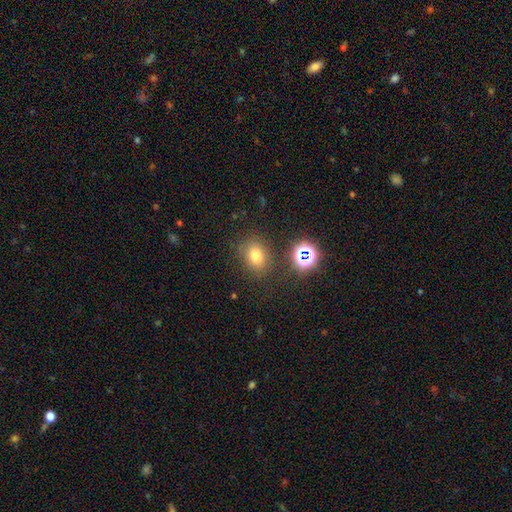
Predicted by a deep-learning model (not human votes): The model was most divided on "how rounded": in between: 56%, round: 43%, cigar-shaped: 1%. More confident: merging — none (80%); smooth or featured — smooth (71%).